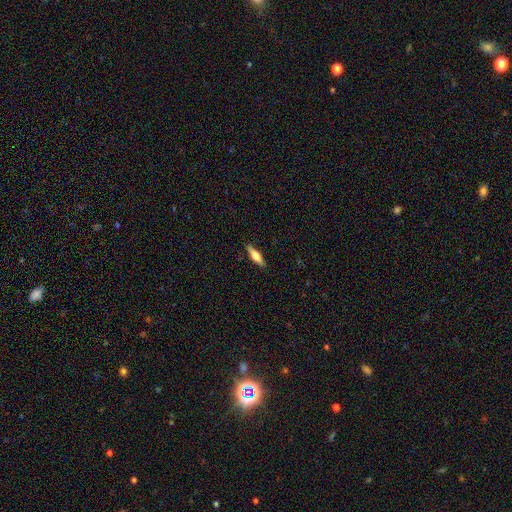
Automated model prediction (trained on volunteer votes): This is possibly a smooth galaxy (48%). Merging: clearly none (89%).